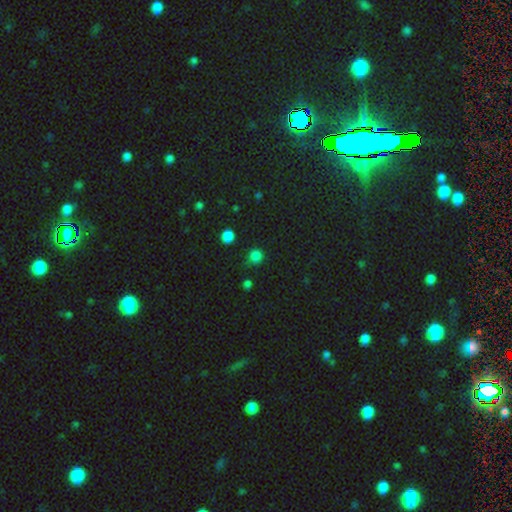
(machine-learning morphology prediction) This is likely a smooth galaxy (77%). How rounded: clearly round (90%). Merging: likely none (76%).